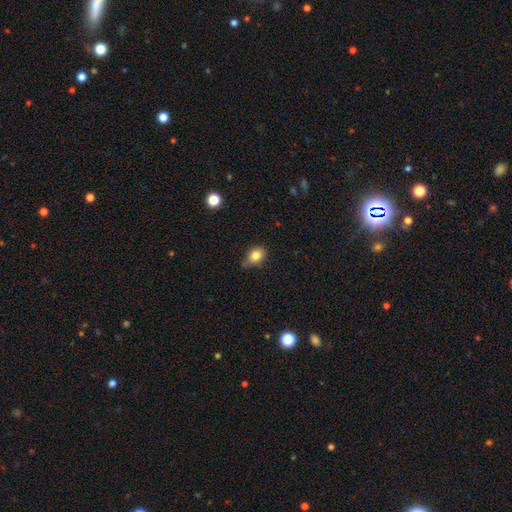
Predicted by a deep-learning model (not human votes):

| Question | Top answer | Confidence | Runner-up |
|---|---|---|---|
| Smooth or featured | smooth | 81% | star or artifact (10%) |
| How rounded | in between | 63% | round (35%) |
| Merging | none | 55% | minor disturbance (35%) |